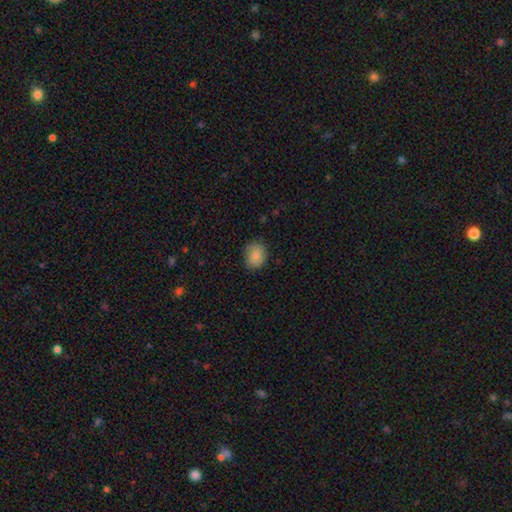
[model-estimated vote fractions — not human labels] Overall: smooth (86%). How rounded: round (57%; in between 42%). Merging: none (75%).